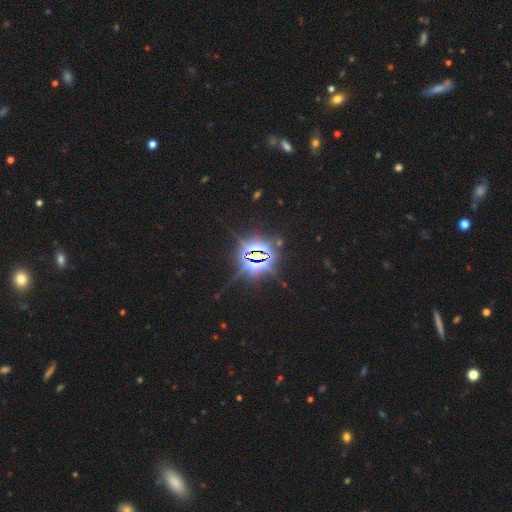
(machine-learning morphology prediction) smooth-or-featured: star or artifact: 85% | smooth: 8% | featured or disk: 7%